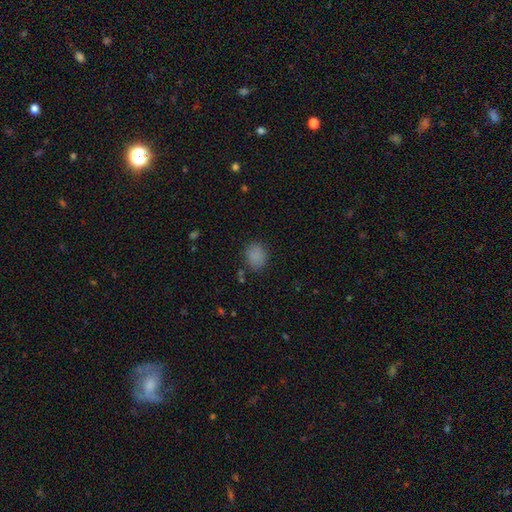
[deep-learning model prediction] Smooth or featured? smooth (84%)
How rounded? round (60%)
Merging? none (82%)